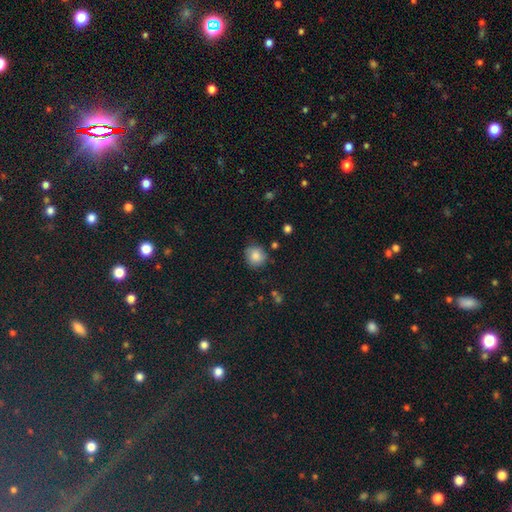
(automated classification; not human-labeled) This appears to be a smooth galaxy with no disk features (83%) that is round (83%). Merging: none (78%).